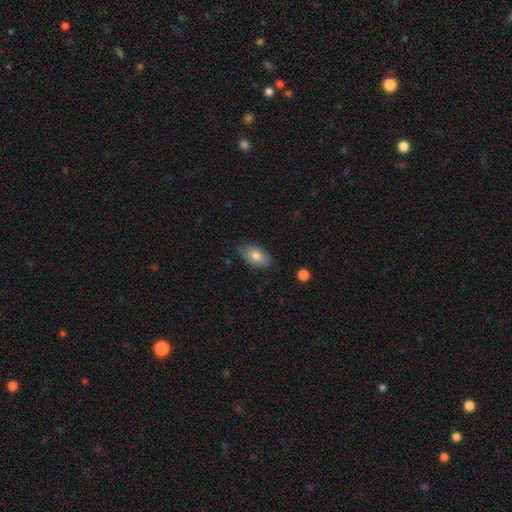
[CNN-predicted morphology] The model was most divided on "merging": none: 78%, minor disturbance: 17%, major disturbance: 3%, merger: 1%. More confident: how rounded — in between (92%); smooth or featured — smooth (81%).